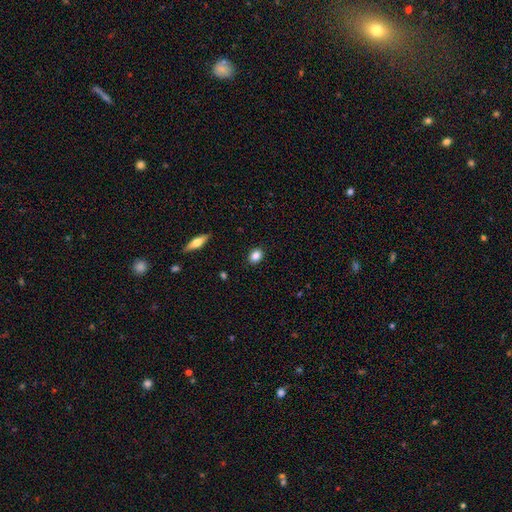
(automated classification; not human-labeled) smooth_or_featured: smooth (p=0.85) [alt: star or artifact p=0.09]
how_rounded: in between (p=0.56) [alt: round p=0.42]
merging: none (p=0.89) [alt: minor disturbance p=0.08]